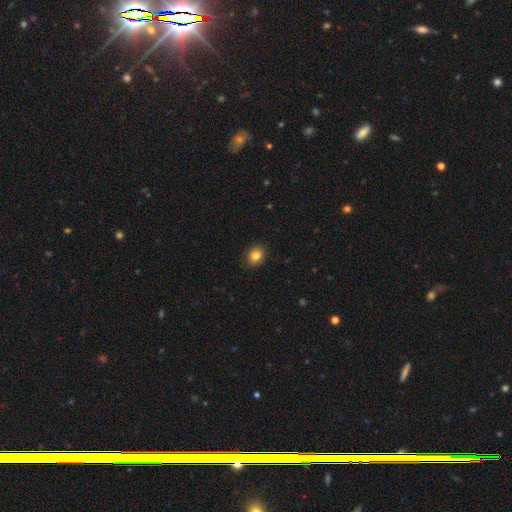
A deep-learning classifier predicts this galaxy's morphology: A smooth galaxy with no disk features (84%) that is round (64%). Merging: none (90%).